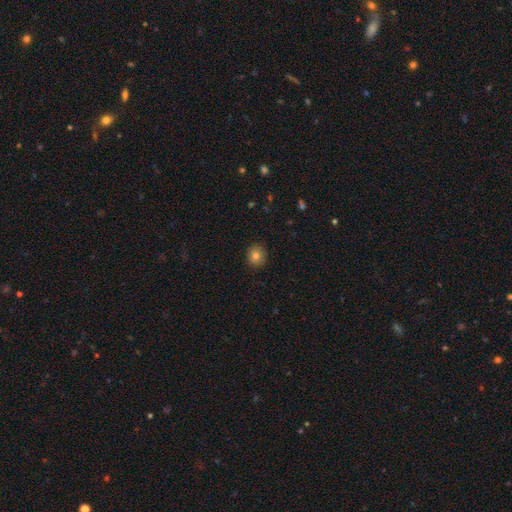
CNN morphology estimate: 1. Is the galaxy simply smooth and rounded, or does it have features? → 81% smooth, 11% star or artifact, 8% featured or disk.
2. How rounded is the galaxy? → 82% round, 17% in between, 1% cigar-shaped.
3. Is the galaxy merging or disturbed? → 90% none, 7% minor disturbance, 2% major disturbance, 1% merger.